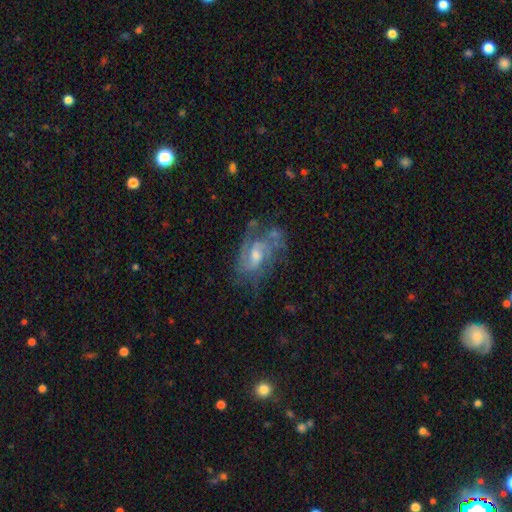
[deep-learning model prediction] This is clearly a featured or disk galaxy (82%). It is clearly not viewed edge-on (96%). Bar: possibly no (45%, tied with weak). Spiral arm pattern: clearly yes (92%). Spiral arm count: possibly 2 (48%). Spiral winding: possibly medium (48%). Central bulge: possibly moderate (55%). Merging: possibly none (55%).